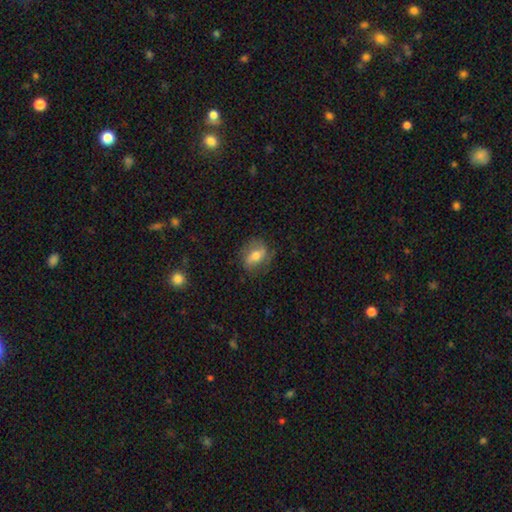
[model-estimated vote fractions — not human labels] Smooth or featured: smooth — 51% (featured or disk — 41%)
How rounded: in between — 63% (round — 33%)
Merging: none — 72% (minor disturbance — 19%)